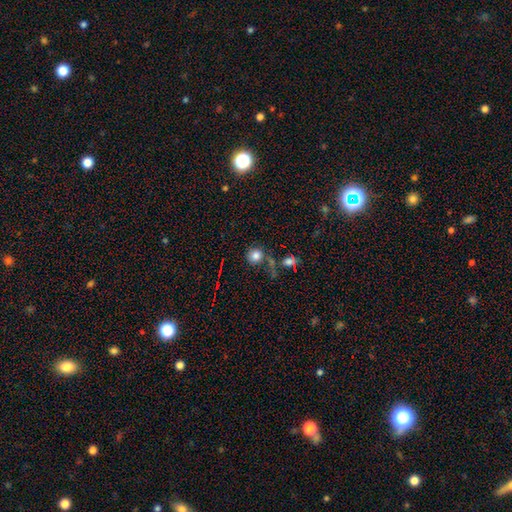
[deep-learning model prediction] smooth_or_featured: smooth (p=0.81) [alt: star or artifact p=0.11]
how_rounded: round (p=0.88) [alt: in between p=0.11]
merging: none (p=0.64) [alt: merger p=0.16]